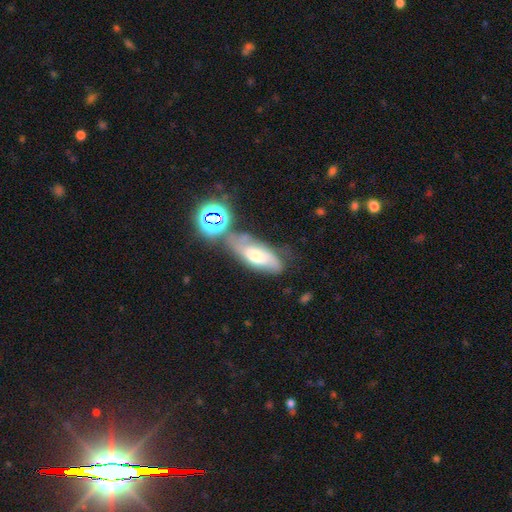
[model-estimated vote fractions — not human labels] Smooth or featured?
  - featured or disk: 45% *
  - smooth: 38%
  - star or artifact: 18%
Merging?
  - none: 47% *
  - minor disturbance: 23%
  - merger: 19%
  - major disturbance: 11%